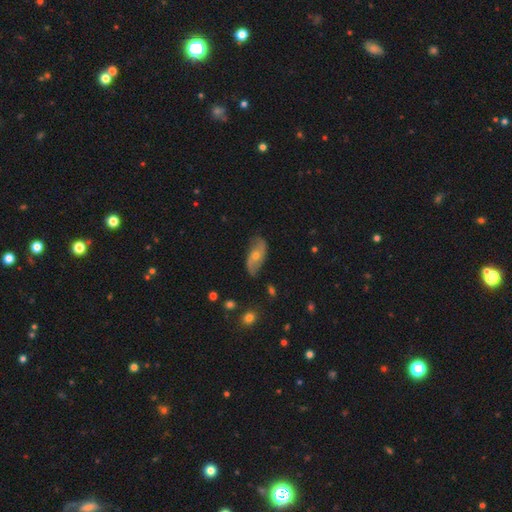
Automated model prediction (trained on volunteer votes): Q: Smooth or featured?
A: featured or disk (63%); runner-up: smooth (29%)
Q: Edge-on disk?
A: no (88%); runner-up: yes (12%)
Q: Bar?
A: no (74%); runner-up: weak (20%)
Q: Spiral arms?
A: yes (81%); runner-up: no (19%)
Q: Bulge size?
A: moderate (50%); runner-up: small (45%)
Q: Merging?
A: none (73%); runner-up: minor disturbance (20%)